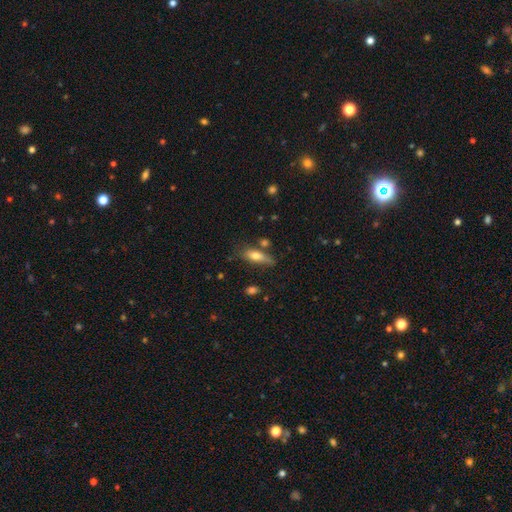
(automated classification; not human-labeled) The model was most divided on "how rounded": in between: 60%, cigar-shaped: 37%, round: 3%. More confident: smooth or featured — smooth (72%); merging — none (59%).